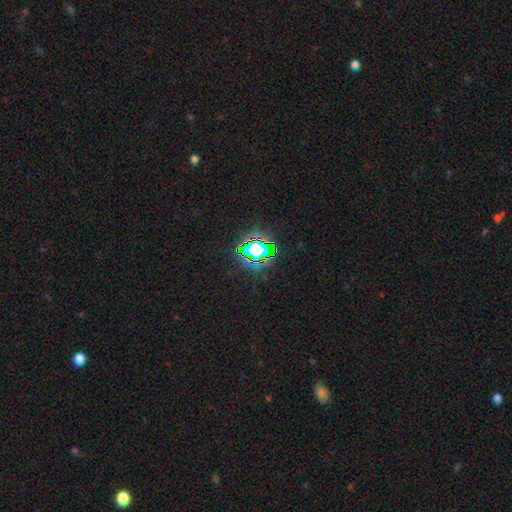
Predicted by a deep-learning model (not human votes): smooth-or-featured: star or artifact: 77% | smooth: 14% | featured or disk: 9%